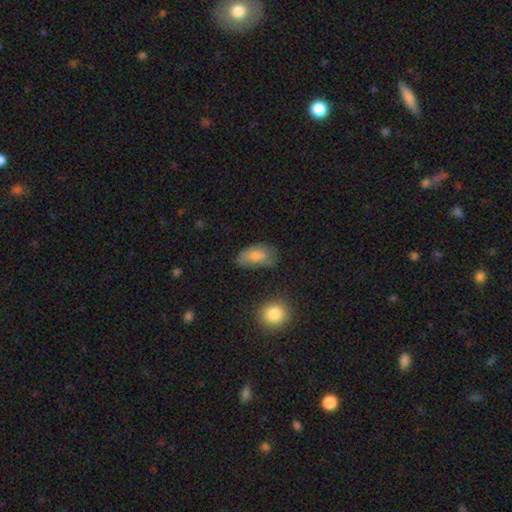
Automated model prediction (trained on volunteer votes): This is likely a smooth galaxy (75%). How rounded: clearly in between (92%). Merging: possibly none (51%).